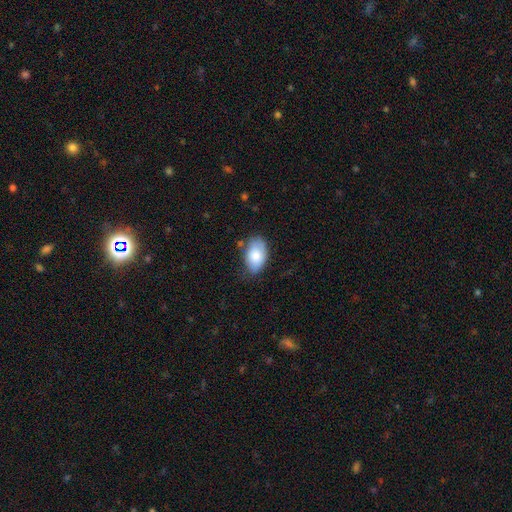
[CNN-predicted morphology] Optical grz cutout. It shows a smooth galaxy with no disk features (80%) that is in between round and cigar-shaped (93%). Merging: none (68%).